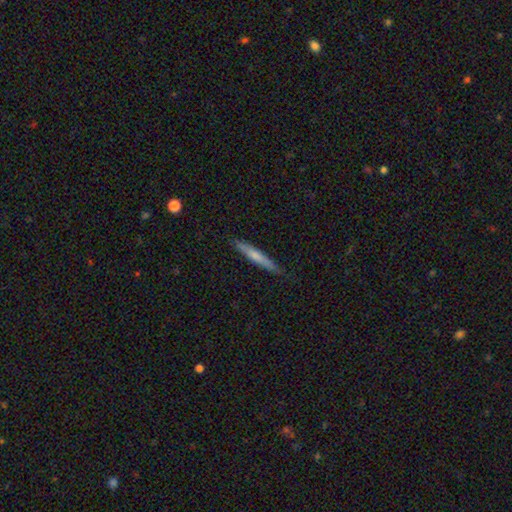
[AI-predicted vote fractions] smooth_or_featured: smooth (p=0.59) [alt: featured or disk p=0.35]
how_rounded: cigar-shaped (p=0.95) [alt: in between p=0.04]
merging: none (p=0.87) [alt: minor disturbance p=0.10]